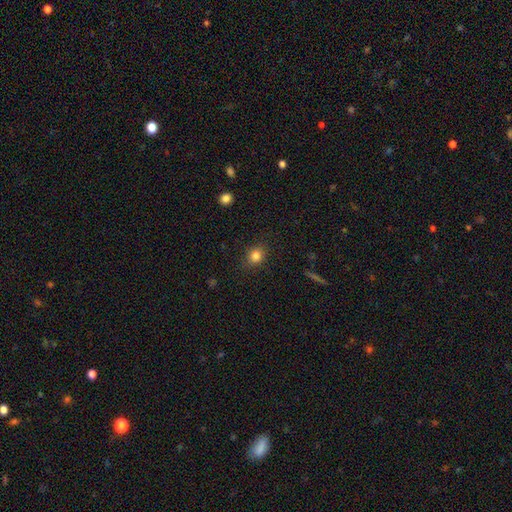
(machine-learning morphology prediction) smooth-or-featured: smooth: 82% | star or artifact: 11% | featured or disk: 6%
  how-rounded: round: 67% | in between: 32% | cigar-shaped: 1%
  merging: none: 86% | minor disturbance: 10% | major disturbance: 3% | merger: 1%